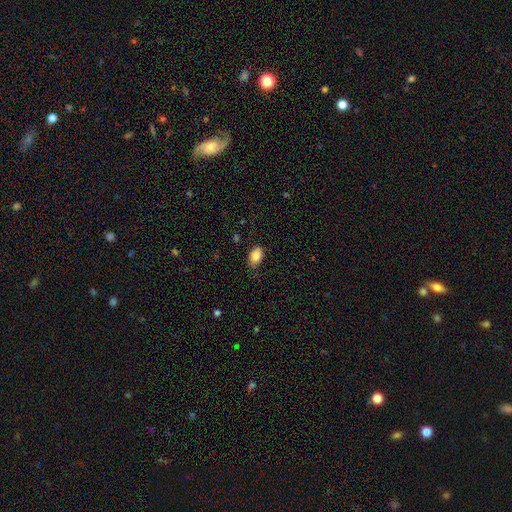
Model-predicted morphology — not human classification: Q: Smooth or featured?
A: smooth (83%); runner-up: featured or disk (9%)
Q: How rounded?
A: in between (84%); runner-up: round (14%)
Q: Merging?
A: none (80%); runner-up: minor disturbance (16%)